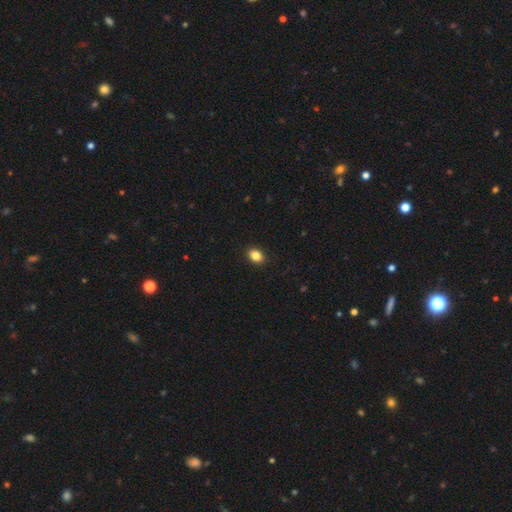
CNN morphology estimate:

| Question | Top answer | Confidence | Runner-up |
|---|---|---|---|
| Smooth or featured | smooth | 86% | star or artifact (9%) |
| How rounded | in between | 67% | round (32%) |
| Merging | none | 90% | minor disturbance (7%) |